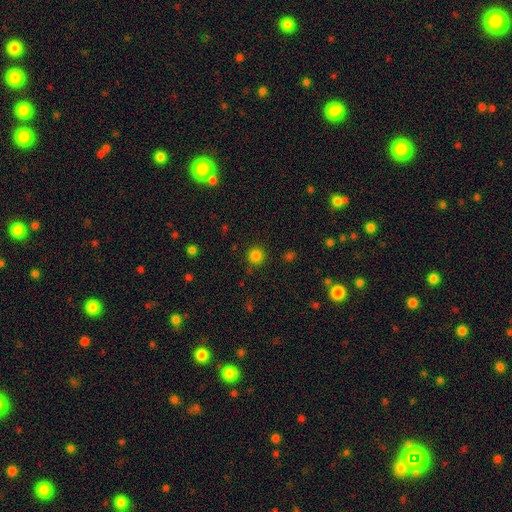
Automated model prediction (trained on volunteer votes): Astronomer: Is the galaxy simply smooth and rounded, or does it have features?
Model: smooth — 82%.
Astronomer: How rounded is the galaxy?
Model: round — 94%.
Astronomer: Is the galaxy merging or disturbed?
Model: none — 88%.